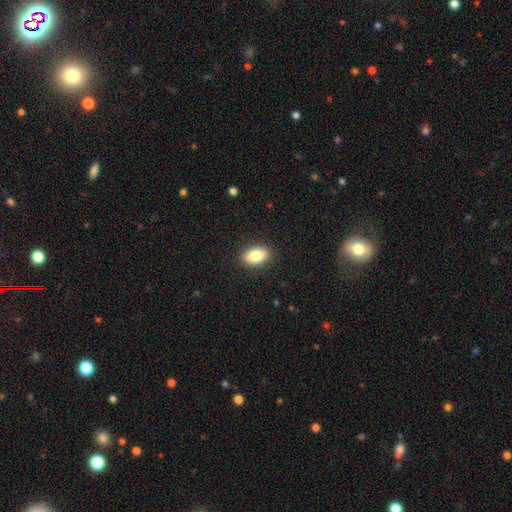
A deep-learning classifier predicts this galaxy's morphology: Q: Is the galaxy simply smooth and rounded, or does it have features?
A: smooth — 84%.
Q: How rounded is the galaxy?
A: in between — 90%.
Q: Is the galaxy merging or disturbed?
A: none — 90%.